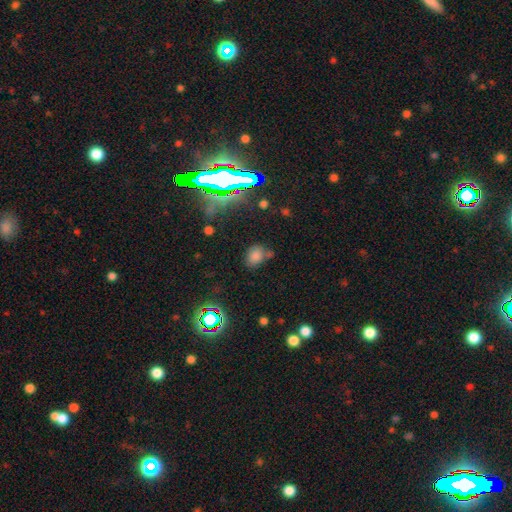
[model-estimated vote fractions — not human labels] Q: Smooth or featured?
A: smooth (70%); runner-up: star or artifact (22%)
Q: How rounded?
A: in between (56%); runner-up: round (42%)
Q: Merging?
A: none (60%); runner-up: minor disturbance (21%)